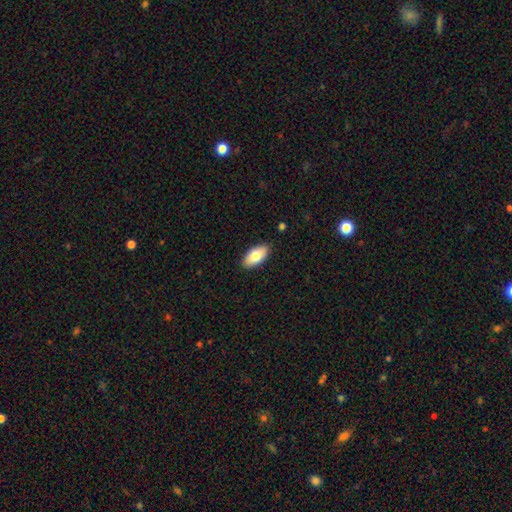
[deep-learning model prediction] Q: Smooth or featured?
A: smooth (78%); runner-up: featured or disk (16%)
Q: How rounded?
A: in between (93%); runner-up: cigar-shaped (5%)
Q: Merging?
A: none (88%); runner-up: minor disturbance (9%)